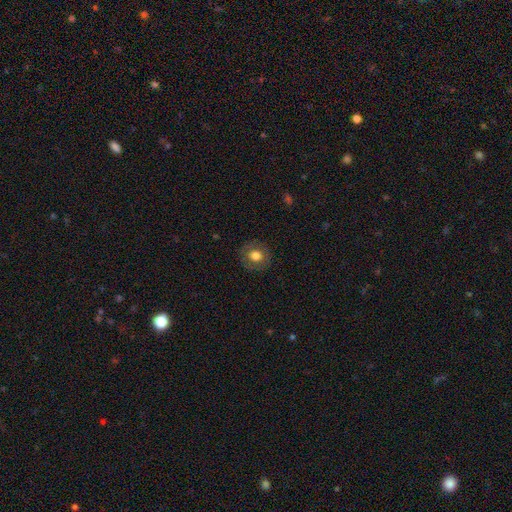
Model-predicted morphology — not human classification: A smooth galaxy with no disk features (70%) that is round (86%).

Vote fractions:
- Smooth or featured? smooth: 70% / featured or disk: 22% / star or artifact: 9%
- How rounded? round: 86% / in between: 14% / cigar-shaped: 1%
- Merging? none: 87% / minor disturbance: 9% / major disturbance: 3% / merger: 1%